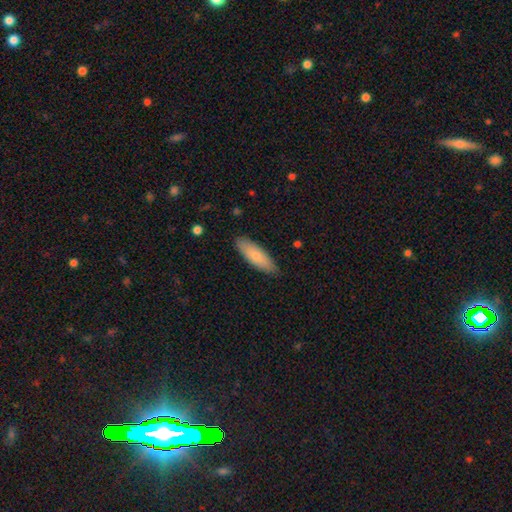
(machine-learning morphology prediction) Q: Smooth or featured?
A: smooth (76%); runner-up: featured or disk (18%)
Q: How rounded?
A: in between (53%); runner-up: cigar-shaped (45%)
Q: Merging?
A: none (87%); runner-up: minor disturbance (10%)